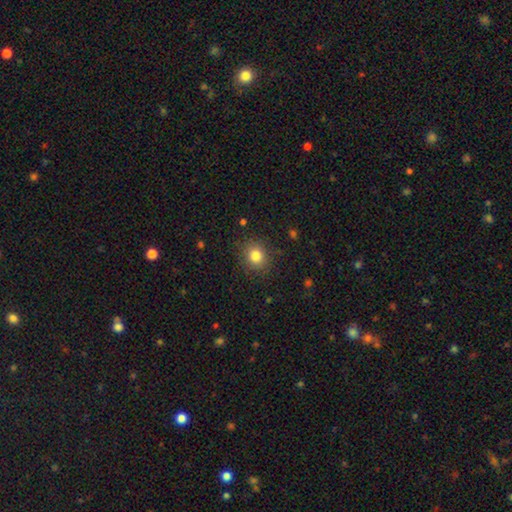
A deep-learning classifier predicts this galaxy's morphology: Q: Smooth or featured?
A: smooth (82%); runner-up: star or artifact (11%)
Q: How rounded?
A: round (79%); runner-up: in between (20%)
Q: Merging?
A: none (86%); runner-up: minor disturbance (9%)